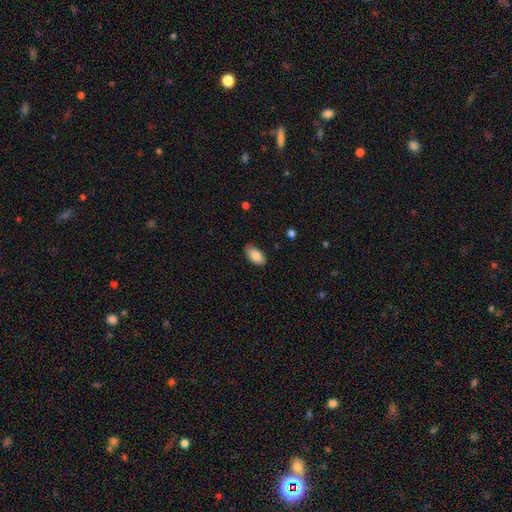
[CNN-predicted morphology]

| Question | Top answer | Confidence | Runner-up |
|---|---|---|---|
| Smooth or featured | smooth | 88% | star or artifact (7%) |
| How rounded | in between | 94% | round (3%) |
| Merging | none | 83% | minor disturbance (14%) |